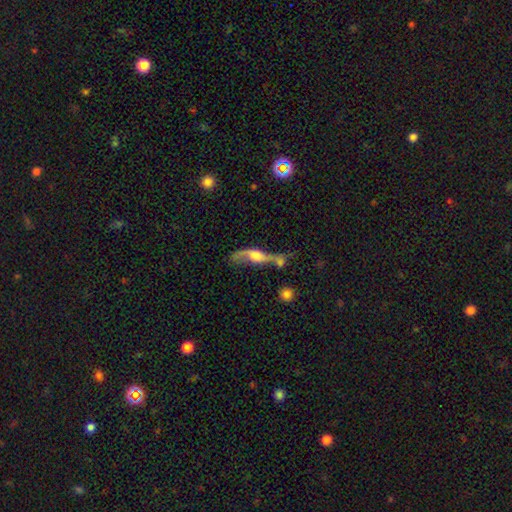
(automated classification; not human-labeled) smooth-or-featured: featured or disk: 66% | smooth: 26% | star or artifact: 8%
  disk-edge-on: no: 55% | yes: 45%
  merging: none: 33% | merger: 32% | minor disturbance: 18% | major disturbance: 17%